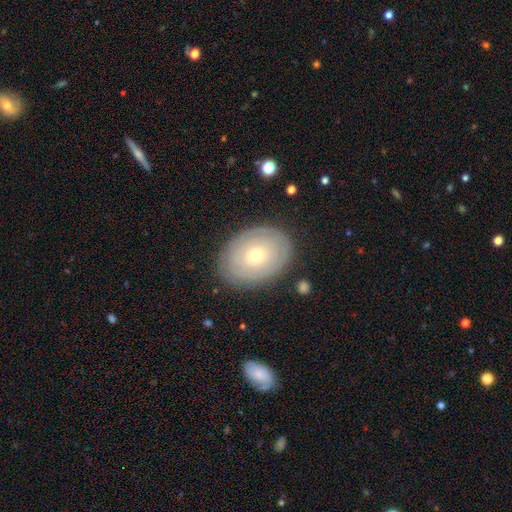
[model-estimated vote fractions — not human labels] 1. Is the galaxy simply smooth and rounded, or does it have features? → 50% featured or disk, 43% smooth, 7% star or artifact.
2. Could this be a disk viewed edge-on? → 94% no, 6% yes.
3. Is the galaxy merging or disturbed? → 84% none, 12% minor disturbance, 4% major disturbance, 1% merger.